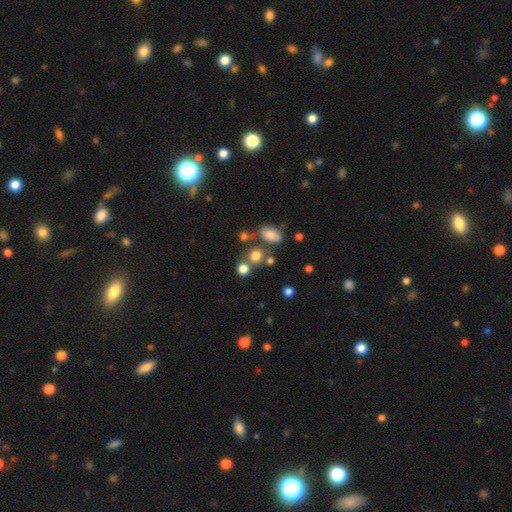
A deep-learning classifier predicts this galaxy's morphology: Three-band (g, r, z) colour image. It shows a smooth galaxy with no disk features (75%) that is round (77%). Merging: none (62%).